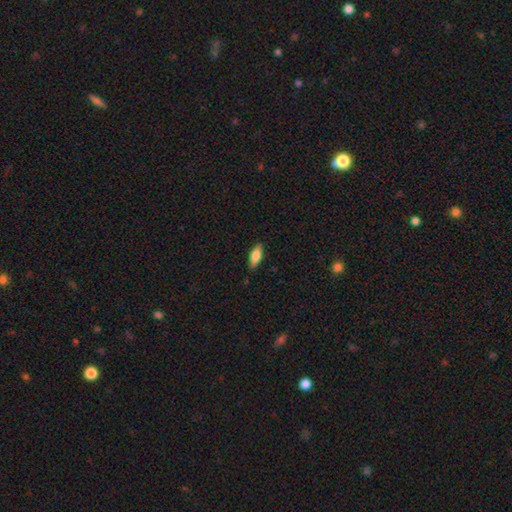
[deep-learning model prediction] Smooth or featured? smooth (72%)
How rounded? in between (72%)
Merging? none (86%)